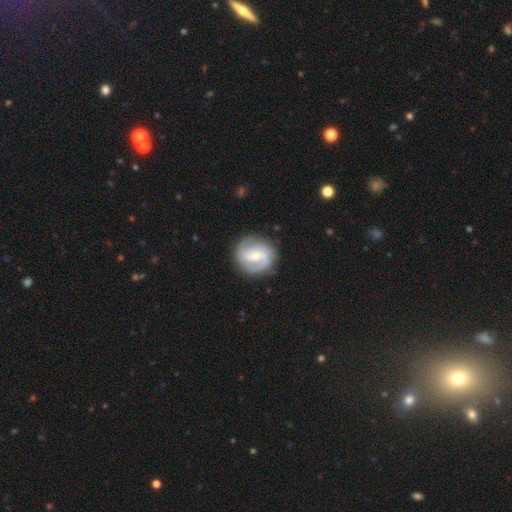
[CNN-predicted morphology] Smooth or featured? featured or disk (83%)
Edge-on disk? no (98%)
Bar? weak (50%)
Spiral arms? yes (96%)
Spiral winding? medium (49%)
Spiral arm count? 2 (75%)
Bulge size? small (52%)
Merging? none (83%)